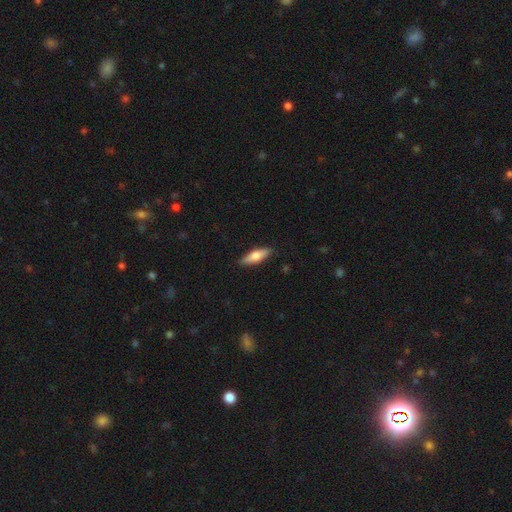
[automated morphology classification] Overall: smooth (67%; featured or disk 27%). How rounded: in between (50%; cigar-shaped 48%). Merging: none (87%).